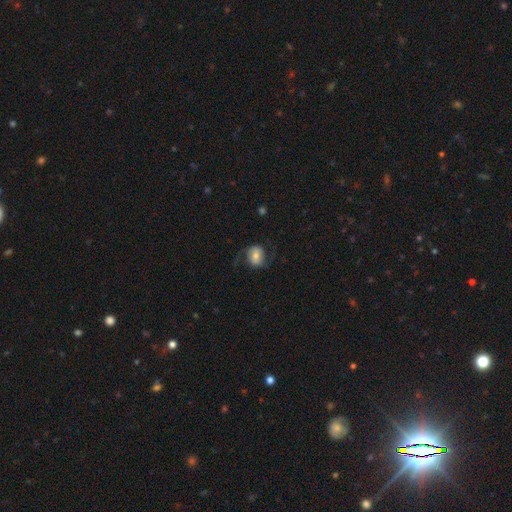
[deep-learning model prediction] Q: Smooth or featured?
A: featured or disk (48%); runner-up: smooth (43%)
Q: Merging?
A: none (66%); runner-up: minor disturbance (17%)